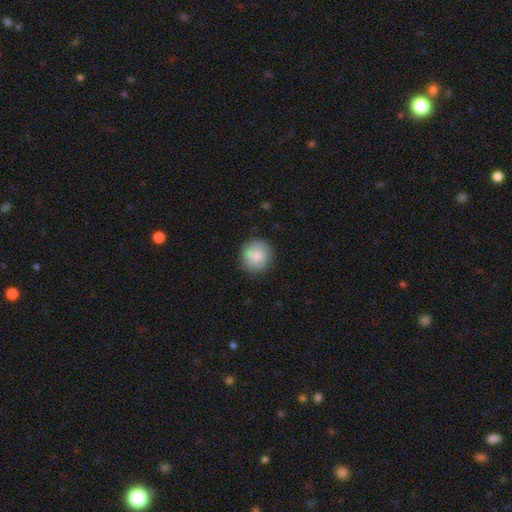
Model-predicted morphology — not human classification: Q: Smooth or featured?
A: smooth (85%); runner-up: featured or disk (8%)
Q: How rounded?
A: round (93%); runner-up: in between (6%)
Q: Merging?
A: none (88%); runner-up: minor disturbance (9%)